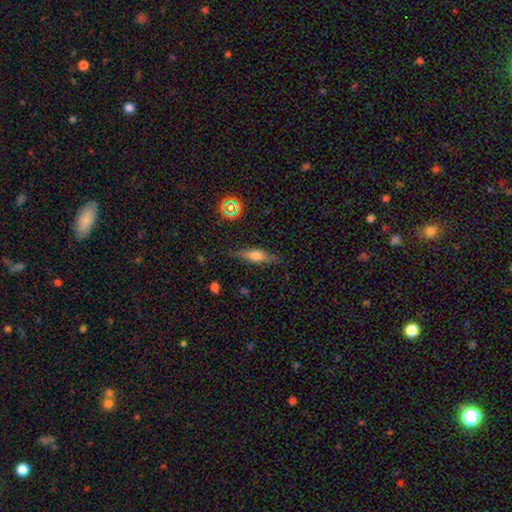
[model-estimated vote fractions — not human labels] Smooth or featured? Predicted: smooth (p=0.51). How rounded? Predicted: cigar-shaped (p=0.57). Merging? Predicted: none (p=0.81).